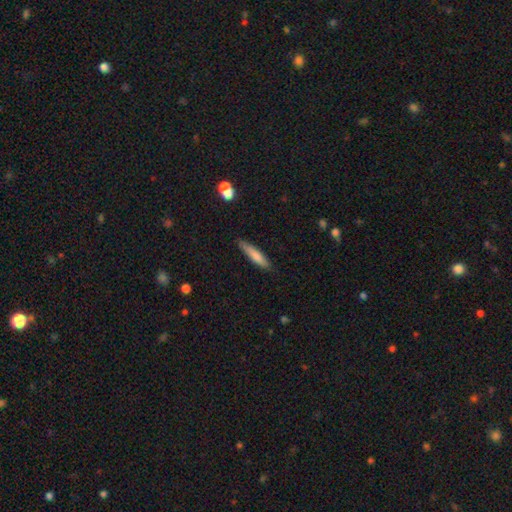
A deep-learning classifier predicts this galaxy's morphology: smooth 77%, featured or disk 17%, star or artifact 6%. Down the decision tree: how rounded — cigar-shaped (85%); merging — none (80%).